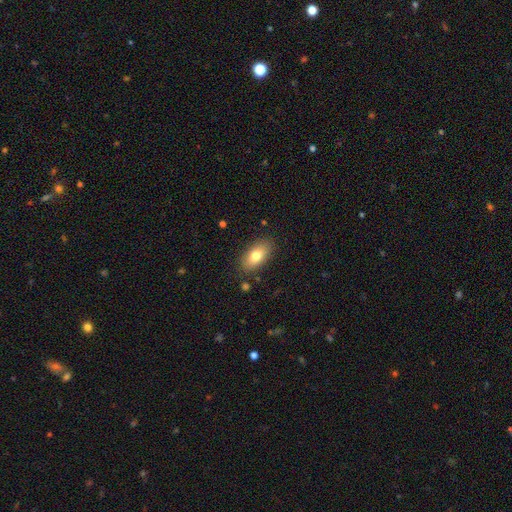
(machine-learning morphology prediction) type=smooth (77%); roundness=in between (90%); merging=none (85%).